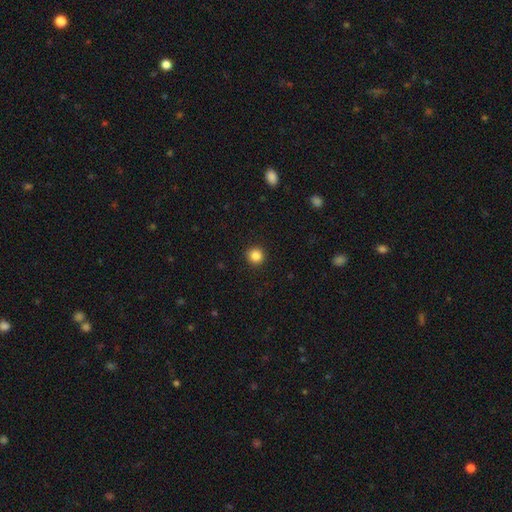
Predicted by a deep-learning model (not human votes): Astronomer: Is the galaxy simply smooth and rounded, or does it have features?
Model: smooth — 86%.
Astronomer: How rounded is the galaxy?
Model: round — 94%.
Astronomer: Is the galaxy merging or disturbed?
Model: none — 93%.